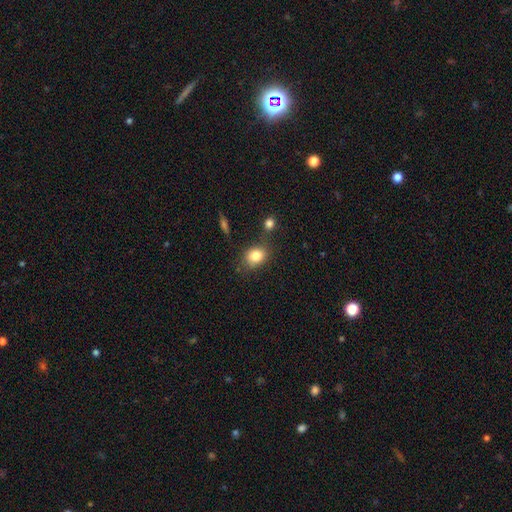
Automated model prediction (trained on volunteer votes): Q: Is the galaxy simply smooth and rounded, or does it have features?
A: smooth — 82%.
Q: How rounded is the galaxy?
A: in between — 54%.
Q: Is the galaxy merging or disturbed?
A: none — 69%.